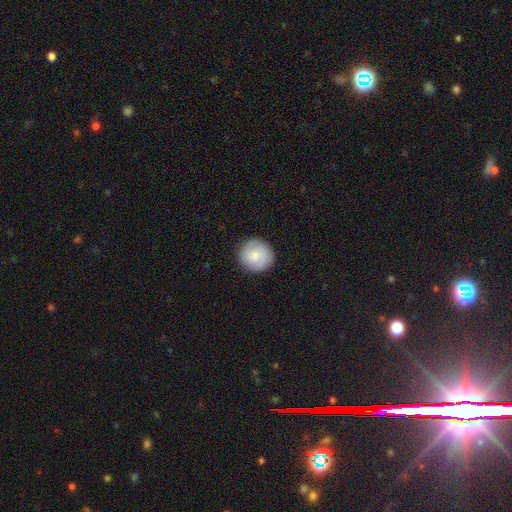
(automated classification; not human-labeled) Smooth or featured? Predicted: smooth (p=0.81). How rounded? Predicted: round (p=0.93). Merging? Predicted: none (p=0.89).